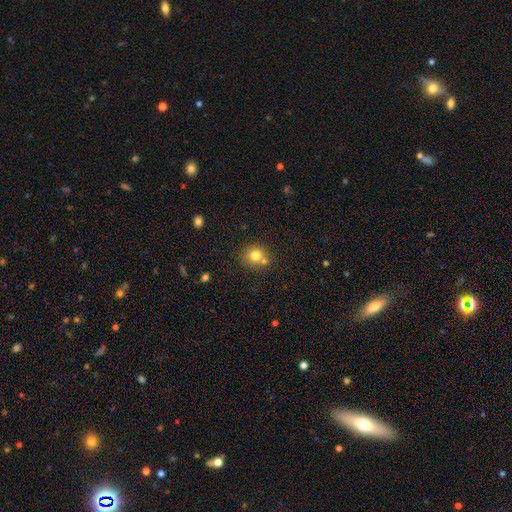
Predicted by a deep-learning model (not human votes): Smooth or featured? Predicted: smooth (p=0.78). How rounded? Predicted: round (p=0.83). Merging? Predicted: none (p=0.63).